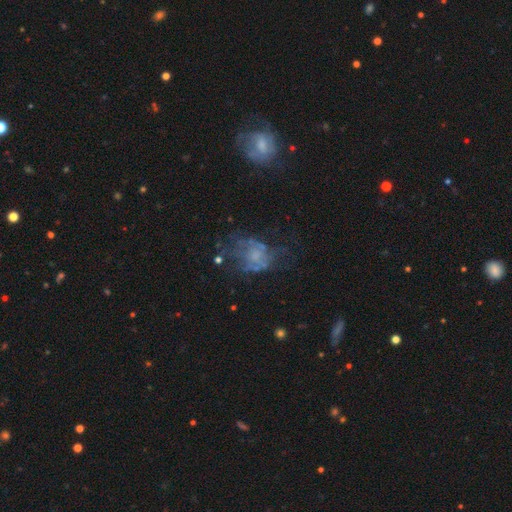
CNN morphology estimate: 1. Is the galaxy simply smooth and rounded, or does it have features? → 57% featured or disk, 27% smooth, 17% star or artifact.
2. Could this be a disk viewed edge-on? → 97% no, 3% yes.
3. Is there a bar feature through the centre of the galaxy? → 87% no, 11% weak, 2% strong.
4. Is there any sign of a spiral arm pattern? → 78% no, 22% yes.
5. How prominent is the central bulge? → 54% none, 20% moderate, 19% small, 6% large, 2% dominant.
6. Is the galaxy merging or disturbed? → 39% none, 35% major disturbance, 20% minor disturbance, 6% merger.